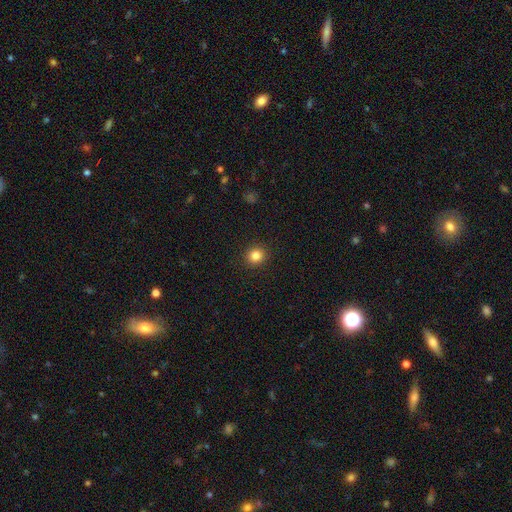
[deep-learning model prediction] This appears to be a smooth galaxy with no disk features (84%) that is round (87%). Merging: none (92%).